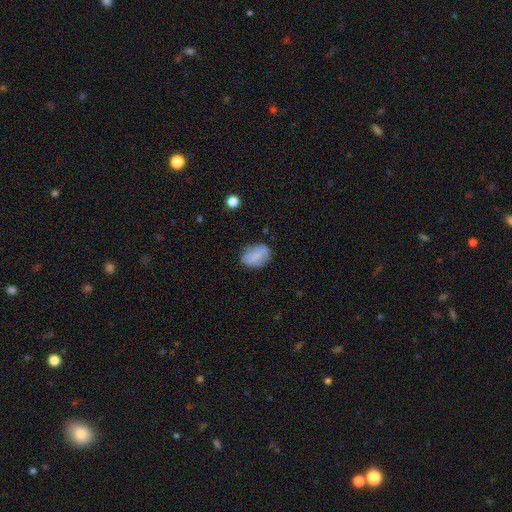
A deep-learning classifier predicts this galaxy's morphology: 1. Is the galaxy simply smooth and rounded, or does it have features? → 71% smooth, 21% featured or disk, 8% star or artifact.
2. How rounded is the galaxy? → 77% in between, 22% round, 1% cigar-shaped.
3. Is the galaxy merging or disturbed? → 69% none, 23% minor disturbance, 6% major disturbance, 2% merger.